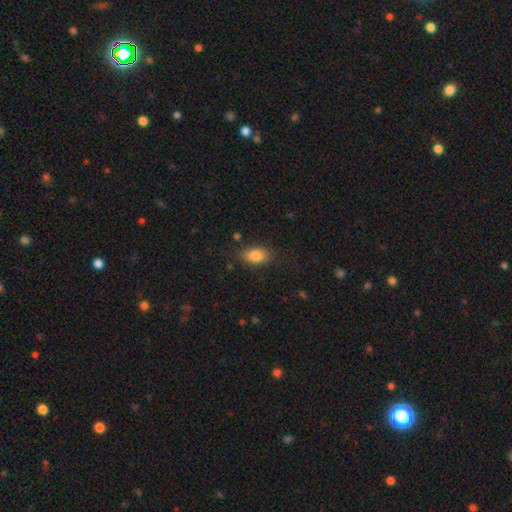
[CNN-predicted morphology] smooth_or_featured: smooth (p=0.84) [alt: star or artifact p=0.08]
how_rounded: in between (p=0.87) [alt: round p=0.09]
merging: none (p=0.79) [alt: minor disturbance p=0.15]